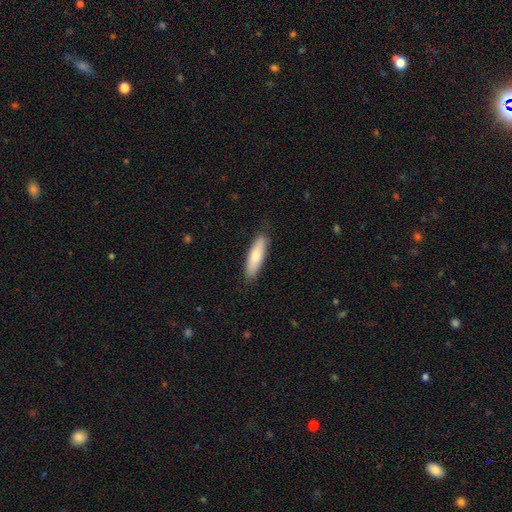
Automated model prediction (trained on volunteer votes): smooth-or-featured: smooth: 73% | featured or disk: 21% | star or artifact: 6%
  how-rounded: cigar-shaped: 63% | in between: 35% | round: 2%
  merging: none: 86% | minor disturbance: 11% | major disturbance: 2% | merger: 1%